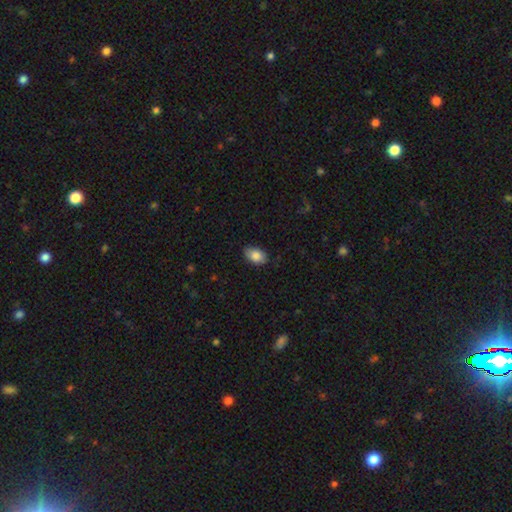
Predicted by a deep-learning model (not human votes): The model was most divided on "merging": none: 84%, minor disturbance: 13%, major disturbance: 2%, merger: 1%. More confident: how rounded — in between (89%); smooth or featured — smooth (86%).